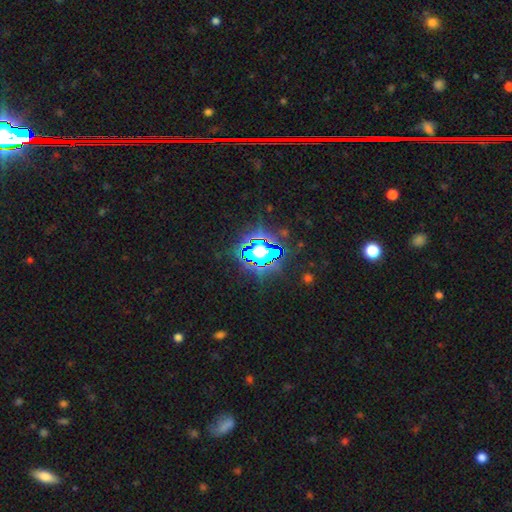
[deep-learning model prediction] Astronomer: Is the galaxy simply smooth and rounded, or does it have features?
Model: star or artifact — 71%.